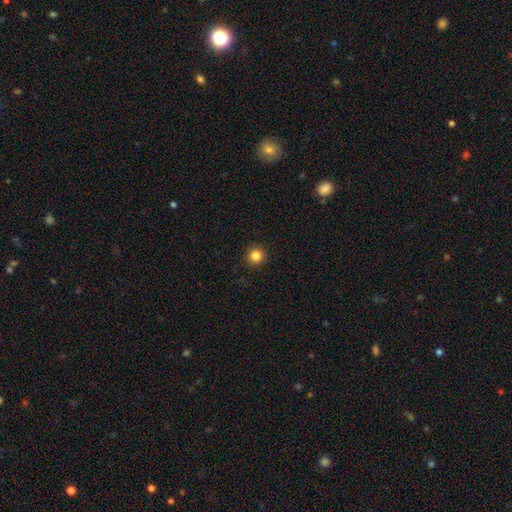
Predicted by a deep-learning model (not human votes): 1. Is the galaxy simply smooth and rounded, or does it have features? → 84% smooth, 12% star or artifact, 4% featured or disk.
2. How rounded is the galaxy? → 94% round, 5% in between, 1% cigar-shaped.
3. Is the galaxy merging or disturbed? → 92% none, 5% minor disturbance, 2% major disturbance, 1% merger.